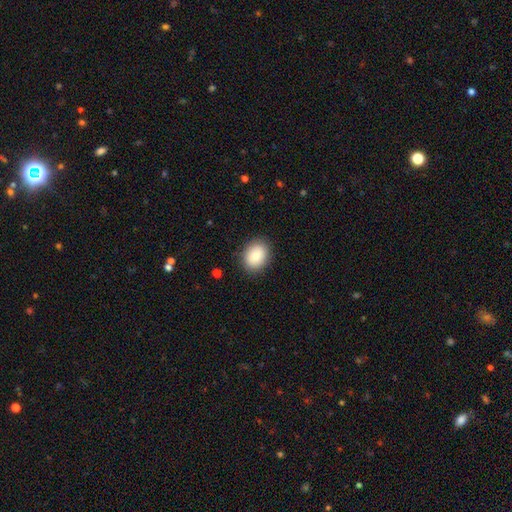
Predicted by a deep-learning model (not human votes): Smooth or featured? smooth (84%)
How rounded? in between (58%)
Merging? none (88%)